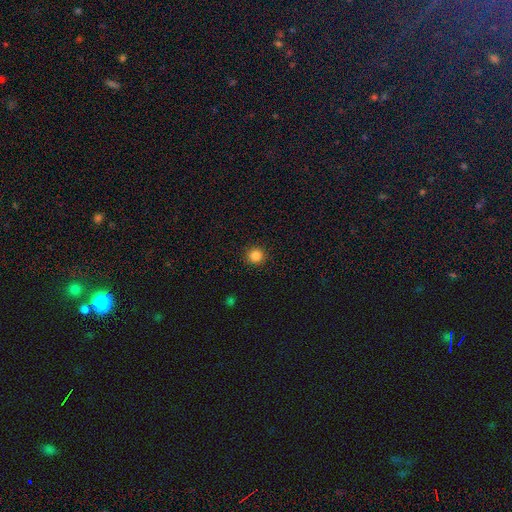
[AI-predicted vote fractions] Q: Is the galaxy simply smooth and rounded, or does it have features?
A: smooth — 84%.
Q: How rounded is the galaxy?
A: round — 94%.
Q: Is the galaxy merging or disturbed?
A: none — 92%.